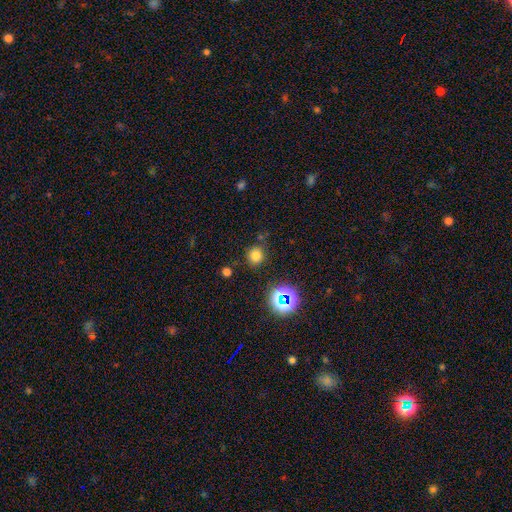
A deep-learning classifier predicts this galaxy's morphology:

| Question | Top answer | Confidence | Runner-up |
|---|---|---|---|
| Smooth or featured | smooth | 73% | star or artifact (20%) |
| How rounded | round | 87% | in between (12%) |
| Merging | none | 81% | minor disturbance (11%) |